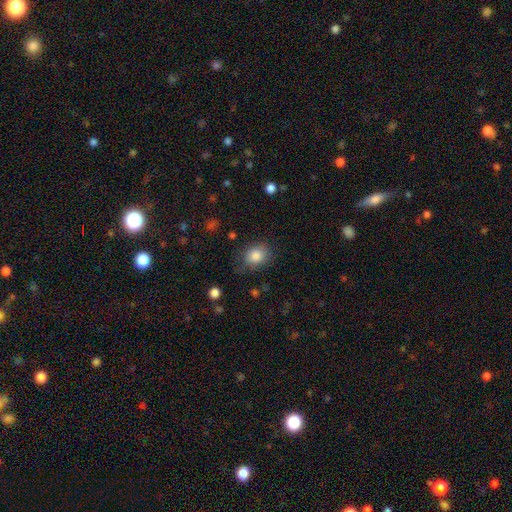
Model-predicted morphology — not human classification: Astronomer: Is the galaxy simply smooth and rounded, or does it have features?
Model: smooth — 84%.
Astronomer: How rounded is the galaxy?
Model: round — 50% (runner-up: in between, 49%).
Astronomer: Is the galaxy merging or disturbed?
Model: none — 72%.